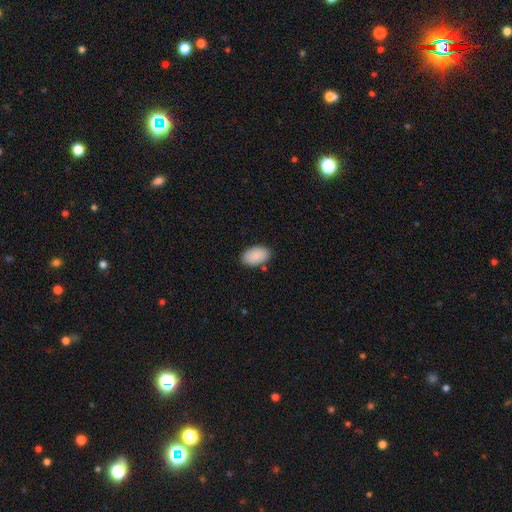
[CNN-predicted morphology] smooth_or_featured: smooth (p=0.89) [alt: star or artifact p=0.06]
how_rounded: in between (p=0.94) [alt: round p=0.05]
merging: none (p=0.86) [alt: minor disturbance p=0.10]